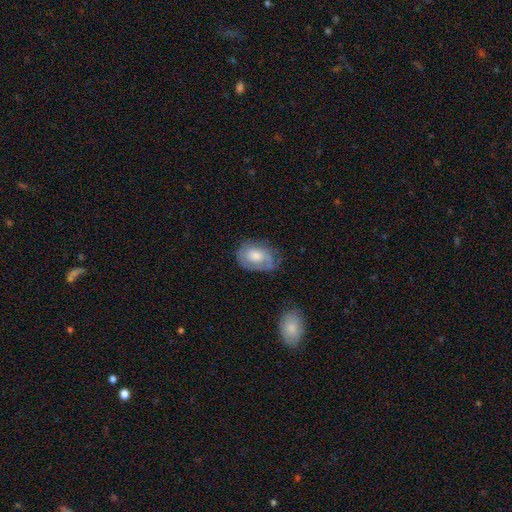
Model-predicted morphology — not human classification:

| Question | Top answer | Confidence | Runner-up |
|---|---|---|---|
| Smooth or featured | featured or disk | 52% | smooth (41%) |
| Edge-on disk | no | 96% | yes (4%) |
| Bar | no | 78% | weak (19%) |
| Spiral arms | yes | 75% | no (25%) |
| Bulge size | moderate | 51% | small (23%) |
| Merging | none | 60% | minor disturbance (27%) |